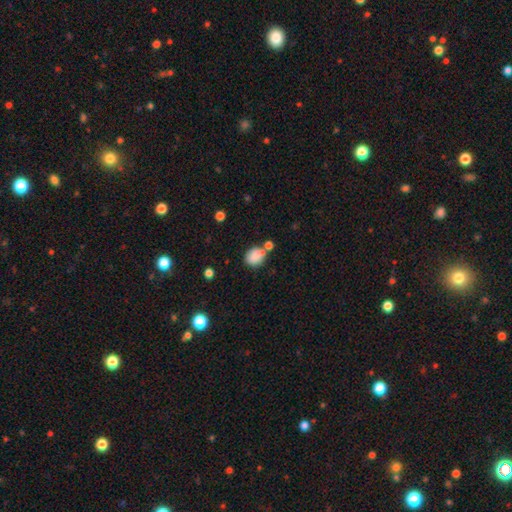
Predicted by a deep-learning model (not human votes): A smooth galaxy with no disk features (84%) that is in between round and cigar-shaped (49%, tied with round).

Vote fractions:
- Smooth or featured? smooth: 84% / star or artifact: 10% / featured or disk: 6%
- How rounded? in between: 49% (tied) / round: 49% (tied) / cigar-shaped: 1%
- Merging? none: 56% / merger: 22% / minor disturbance: 16% / major disturbance: 5%